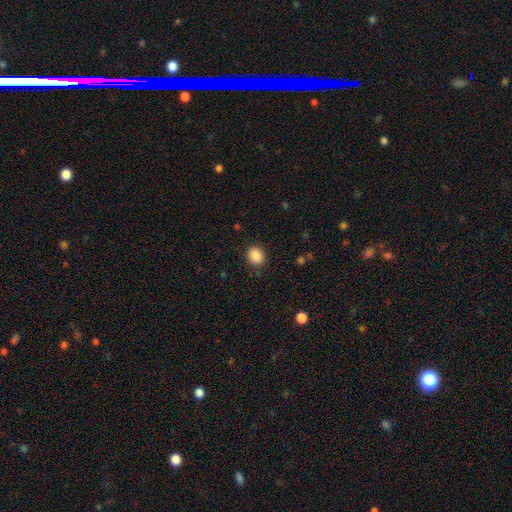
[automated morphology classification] smooth-or-featured: smooth: 88% | star or artifact: 9% | featured or disk: 3%
  how-rounded: round: 67% | in between: 32% | cigar-shaped: 1%
  merging: none: 86% | minor disturbance: 10% | major disturbance: 3% | merger: 1%